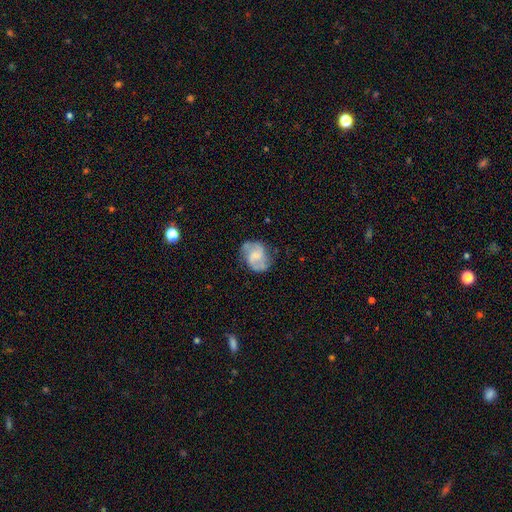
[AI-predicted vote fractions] Smooth or featured? Predicted: featured or disk (p=0.70). Edge-on disk? Predicted: no (p=0.98). Bar? Predicted: no (p=0.46). Spiral arms? Predicted: yes (p=0.88). Spiral winding? Predicted: medium (p=0.50). Spiral arm count? Predicted: 2 (p=0.82). Bulge size? Predicted: none (p=0.32). Merging? Predicted: none (p=0.65).